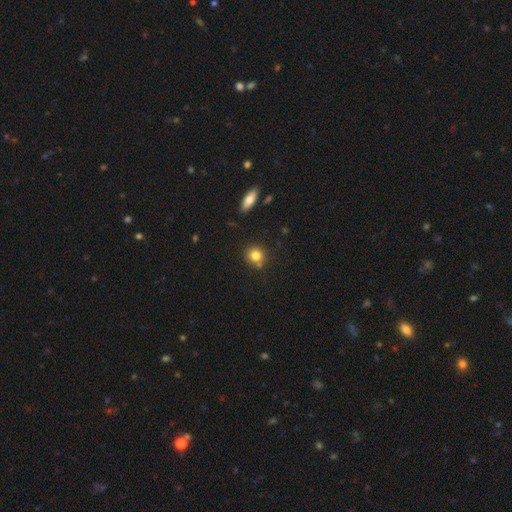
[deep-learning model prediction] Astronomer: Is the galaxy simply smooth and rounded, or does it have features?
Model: smooth — 81%.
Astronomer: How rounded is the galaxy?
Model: round — 84%.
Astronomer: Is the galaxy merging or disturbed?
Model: none — 78%.